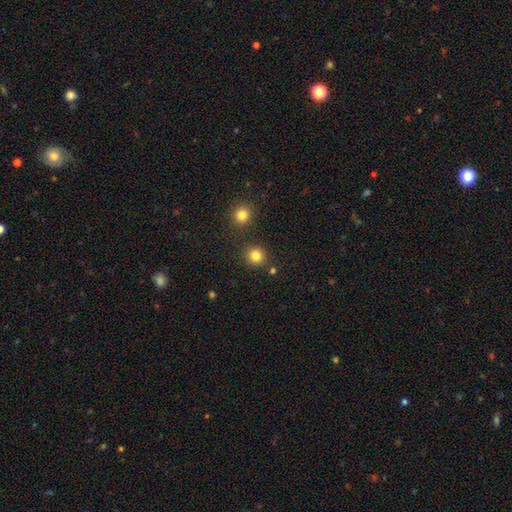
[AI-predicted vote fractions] A smooth galaxy with no disk features (82%) that is round (92%). Merging: none (85%).